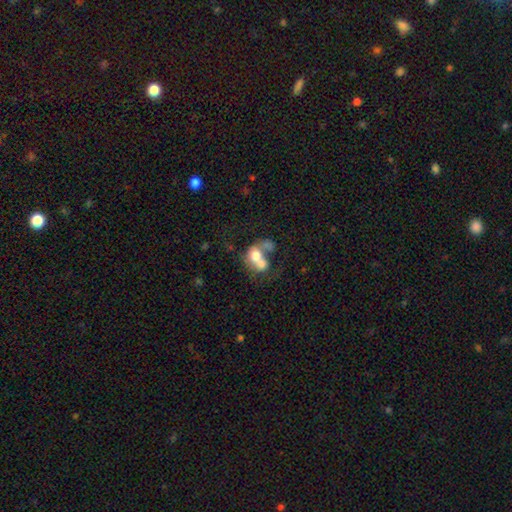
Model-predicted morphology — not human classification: This appears to be a smooth galaxy with no disk features (56%) that is in between round and cigar-shaped (51%). Merging: merger (67%).